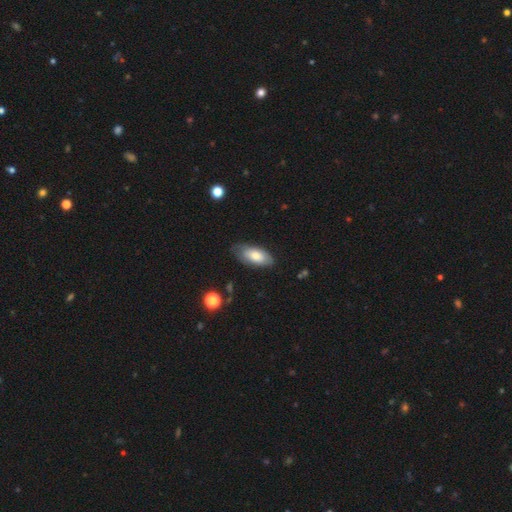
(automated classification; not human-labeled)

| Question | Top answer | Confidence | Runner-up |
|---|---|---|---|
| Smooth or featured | smooth | 72% | featured or disk (22%) |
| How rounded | in between | 90% | cigar-shaped (8%) |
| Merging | none | 71% | minor disturbance (23%) |